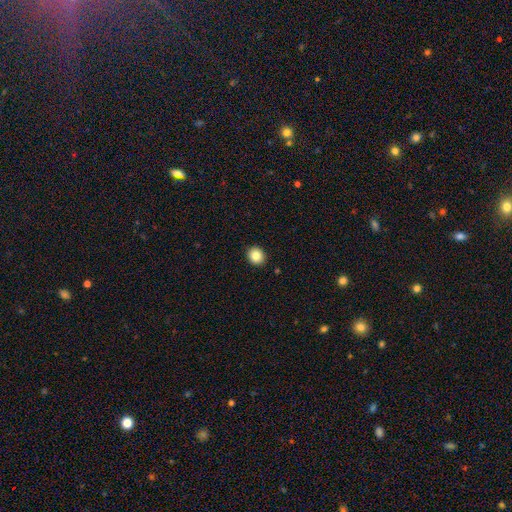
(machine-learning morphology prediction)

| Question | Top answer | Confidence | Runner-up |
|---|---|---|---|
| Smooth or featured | smooth | 84% | star or artifact (9%) |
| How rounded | round | 76% | in between (23%) |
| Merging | none | 92% | minor disturbance (6%) |